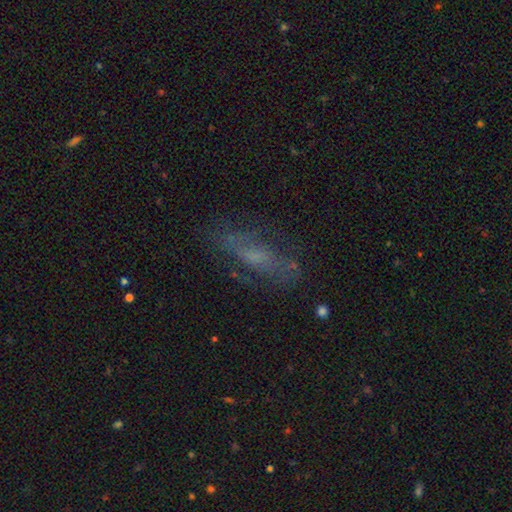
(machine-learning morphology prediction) Smooth or featured?
  - featured or disk: 51% *
  - smooth: 36%
  - star or artifact: 13%
Edge-on disk?
  - no: 78% *
  - yes: 22%
Merging?
  - none: 65% *
  - minor disturbance: 20%
  - major disturbance: 13%
  - merger: 2%